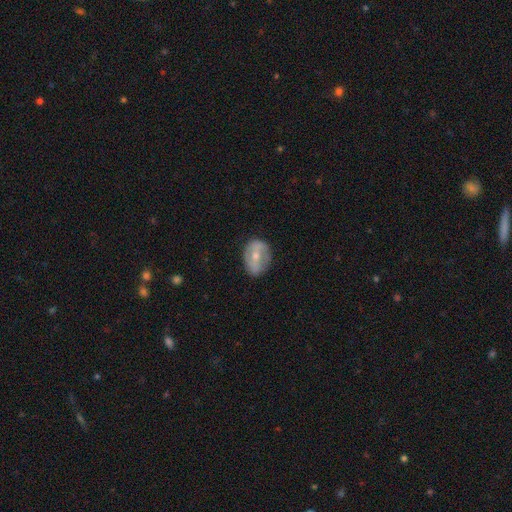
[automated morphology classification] smooth_or_featured: featured or disk (p=0.53) [alt: smooth p=0.40]
disk_edge_on: no (p=0.94) [alt: yes p=0.06]
merging: none (p=0.72) [alt: minor disturbance p=0.20]